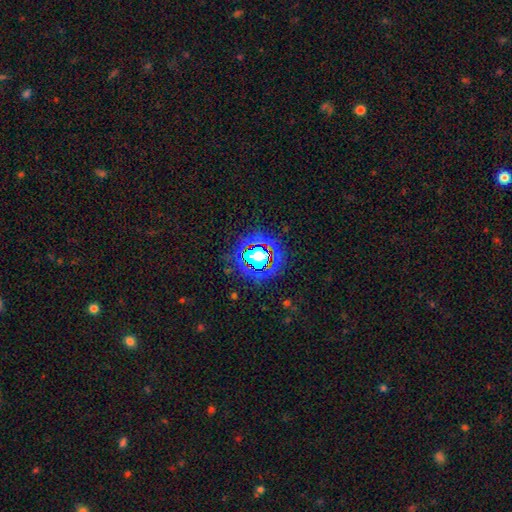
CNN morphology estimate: star or artifact 63%, smooth 24%, featured or disk 13%.